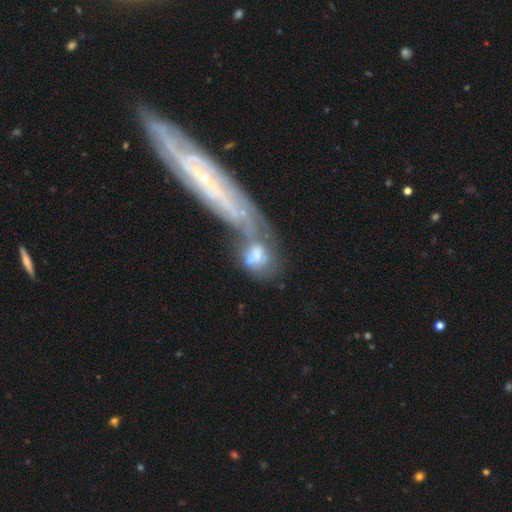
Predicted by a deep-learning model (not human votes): Smooth or featured? Predicted: featured or disk (p=0.45). Merging? Predicted: merger (p=0.57).